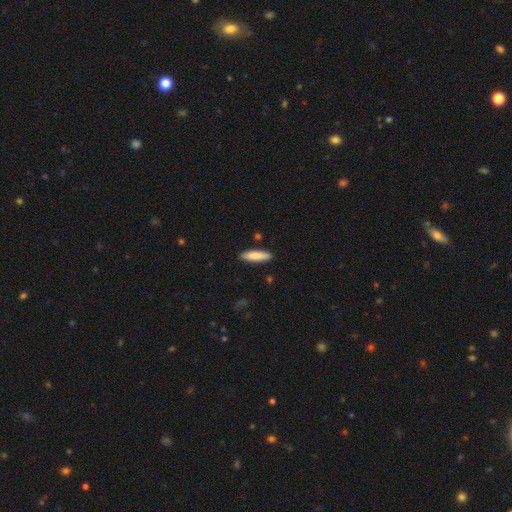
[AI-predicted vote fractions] Morphology: type=smooth (82%); roundness=cigar-shaped (68%); merging=none (88%).